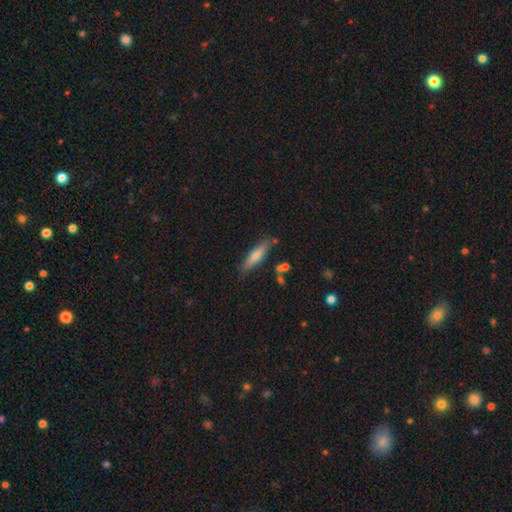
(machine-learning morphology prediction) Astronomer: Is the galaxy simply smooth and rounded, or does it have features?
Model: smooth — 72%.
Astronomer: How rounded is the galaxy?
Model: cigar-shaped — 74%.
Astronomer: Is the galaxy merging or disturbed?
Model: none — 80%.